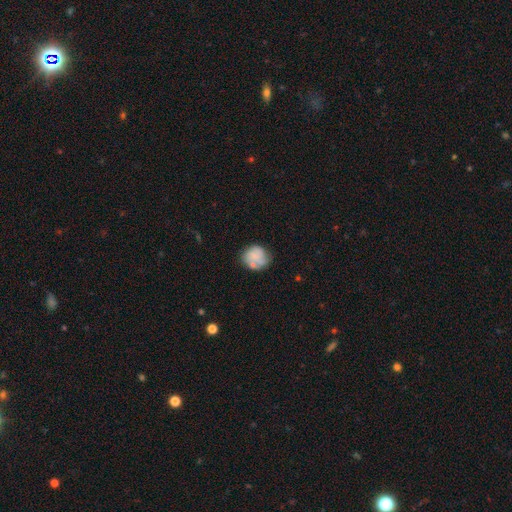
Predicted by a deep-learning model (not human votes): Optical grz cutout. It shows a smooth galaxy with no disk features (69%) that is round (77%). Merging: none (56%).